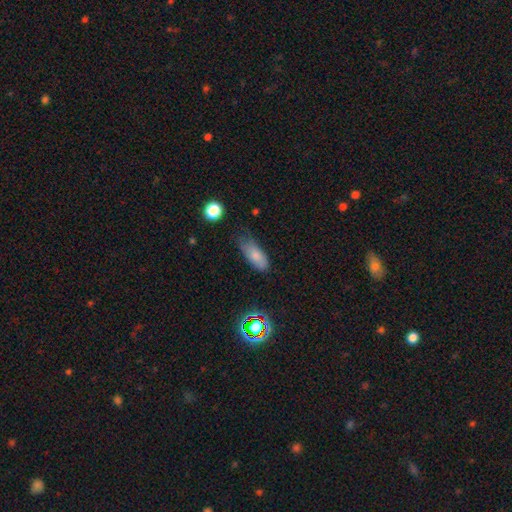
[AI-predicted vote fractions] Q: Smooth or featured?
A: smooth (78%); runner-up: featured or disk (12%)
Q: How rounded?
A: in between (81%); runner-up: cigar-shaped (16%)
Q: Merging?
A: none (52%); runner-up: minor disturbance (36%)